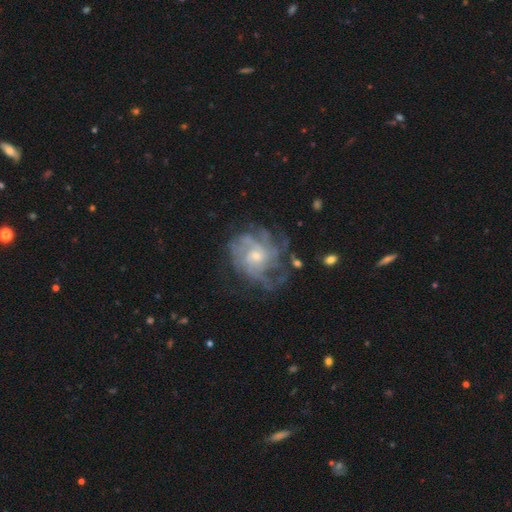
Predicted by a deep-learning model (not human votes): This appears to be a featured or disk galaxy (83%) with no bar (73%), tight (50%) spiral arms (91%) and a small central bulge (54%). Merging: none (63%).